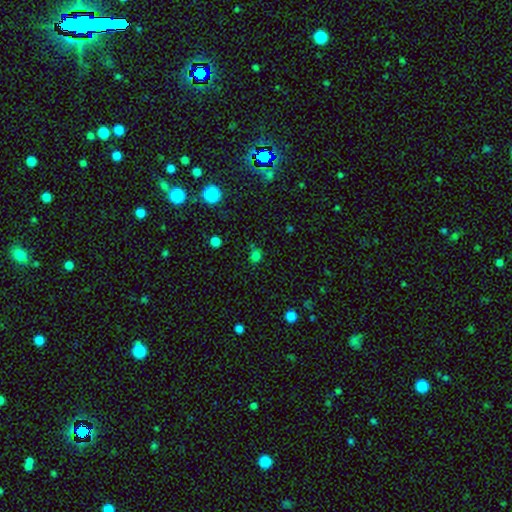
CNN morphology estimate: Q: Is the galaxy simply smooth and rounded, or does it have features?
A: smooth — 72%.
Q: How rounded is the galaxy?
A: round — 81%.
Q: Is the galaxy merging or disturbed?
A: none — 75%.